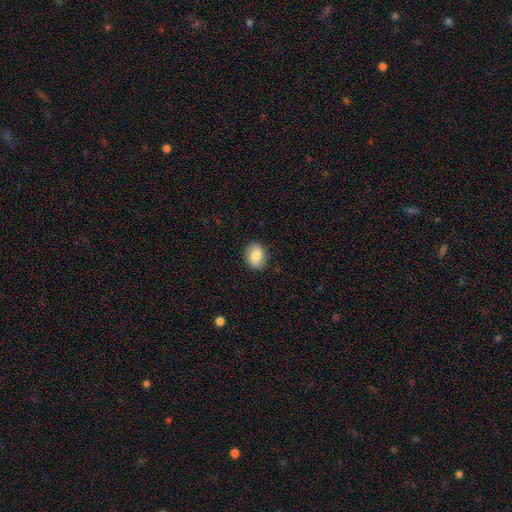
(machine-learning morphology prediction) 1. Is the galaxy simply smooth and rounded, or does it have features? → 82% smooth, 11% featured or disk, 8% star or artifact.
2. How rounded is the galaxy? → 58% in between, 41% round, 1% cigar-shaped.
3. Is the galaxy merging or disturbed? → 86% none, 11% minor disturbance, 3% major disturbance, 1% merger.